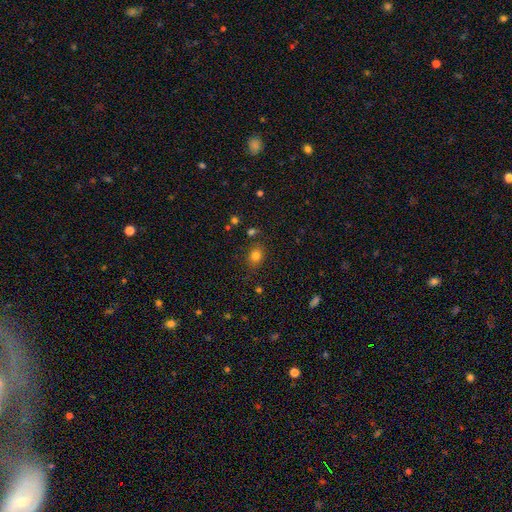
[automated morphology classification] This appears to be a smooth galaxy with no disk features (80%) that is round (60%). Merging: none (78%).